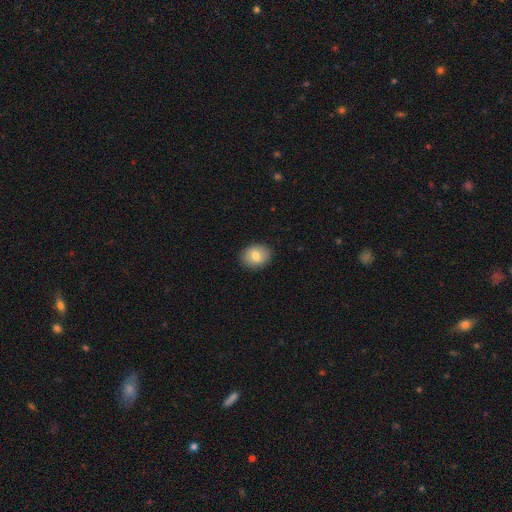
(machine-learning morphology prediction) smooth 75%, featured or disk 17%, star or artifact 8%. Down the decision tree: how rounded — round (52%); merging — none (89%).